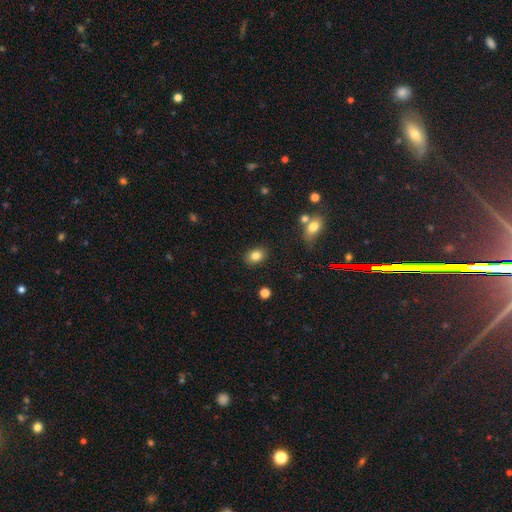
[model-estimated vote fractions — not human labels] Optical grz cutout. It shows a smooth galaxy with no disk features (83%) that is in between round and cigar-shaped (73%). Merging: none (87%).